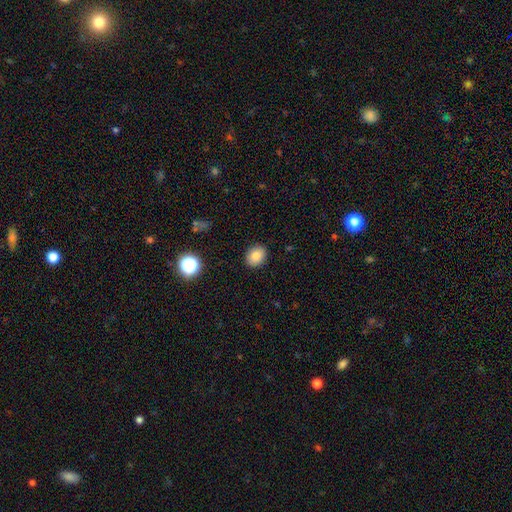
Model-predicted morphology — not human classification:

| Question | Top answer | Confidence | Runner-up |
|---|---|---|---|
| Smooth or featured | smooth | 81% | star or artifact (10%) |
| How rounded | round | 53% | in between (46%) |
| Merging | none | 90% | minor disturbance (7%) |